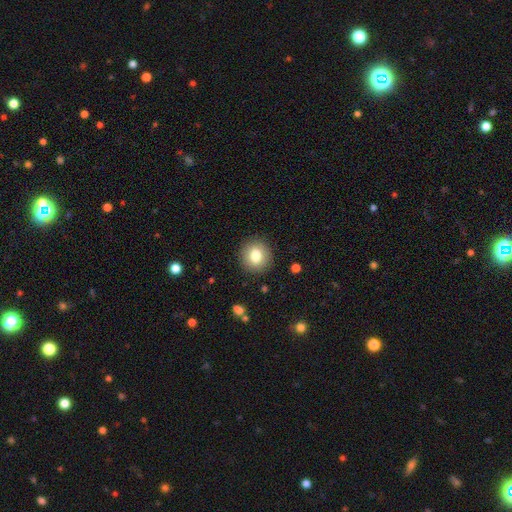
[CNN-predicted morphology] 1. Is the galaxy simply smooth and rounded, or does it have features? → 80% smooth, 10% featured or disk, 9% star or artifact.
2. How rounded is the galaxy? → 89% round, 10% in between, 1% cigar-shaped.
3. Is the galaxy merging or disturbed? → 90% none, 7% minor disturbance, 2% major disturbance, 1% merger.